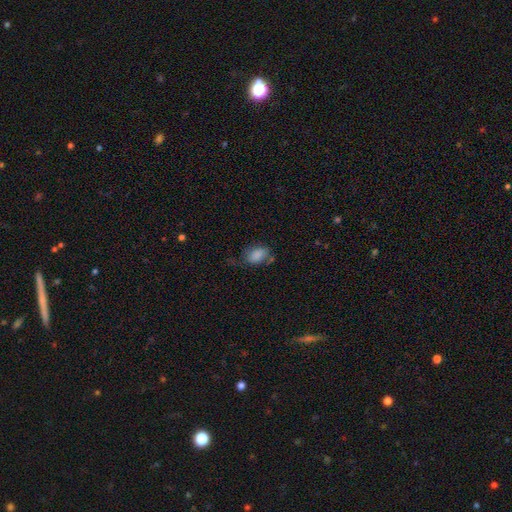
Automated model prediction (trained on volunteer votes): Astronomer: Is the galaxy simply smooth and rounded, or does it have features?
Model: smooth — 76%.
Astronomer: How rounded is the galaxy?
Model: in between — 80%.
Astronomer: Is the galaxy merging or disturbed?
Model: none — 52% (runner-up: minor disturbance, 29%).